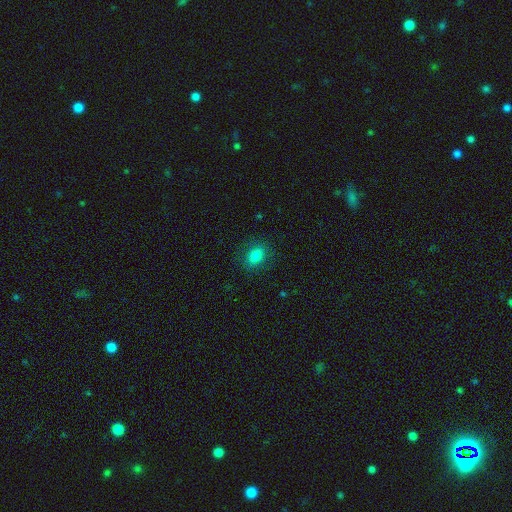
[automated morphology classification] This is clearly a smooth galaxy (83%). How rounded: likely in between (68%). Merging: clearly none (85%).